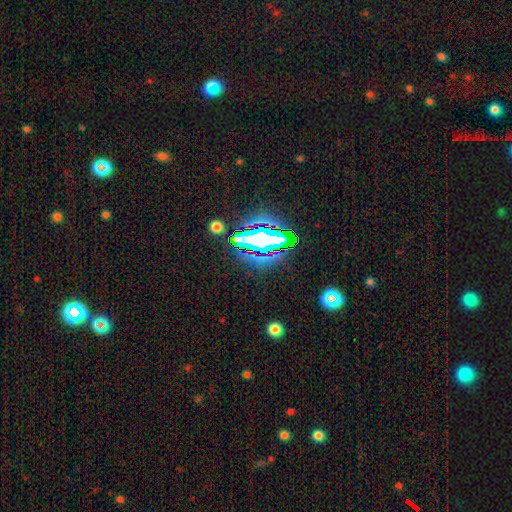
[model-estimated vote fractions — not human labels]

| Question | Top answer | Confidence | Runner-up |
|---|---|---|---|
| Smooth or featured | star or artifact | 80% | smooth (11%) |